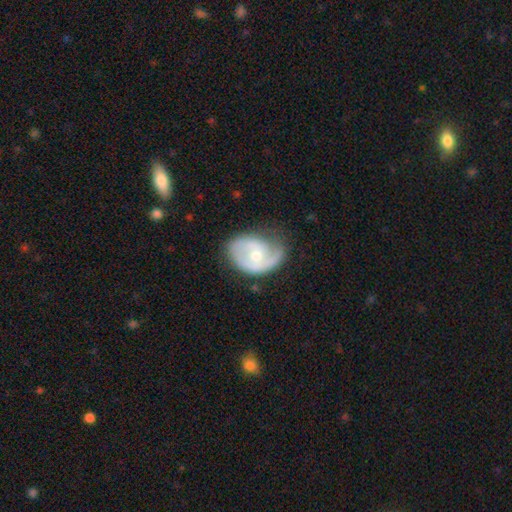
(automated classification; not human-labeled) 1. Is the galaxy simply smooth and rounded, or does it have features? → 72% featured or disk, 22% smooth, 5% star or artifact.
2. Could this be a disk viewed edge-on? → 97% no, 3% yes.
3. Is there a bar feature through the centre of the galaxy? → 62% no, 32% weak, 6% strong.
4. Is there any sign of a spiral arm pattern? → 85% yes, 15% no.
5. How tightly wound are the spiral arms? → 41% medium, 33% tight, 26% loose.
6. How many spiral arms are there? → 48% 2, 33% 1, 14% can't tell, 2% 3, 1% 4, 1% more than 4.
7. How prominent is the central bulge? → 55% moderate, 41% small, 2% large, 2% none, 1% dominant.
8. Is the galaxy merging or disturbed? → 51% none, 31% minor disturbance, 17% major disturbance, 2% merger.